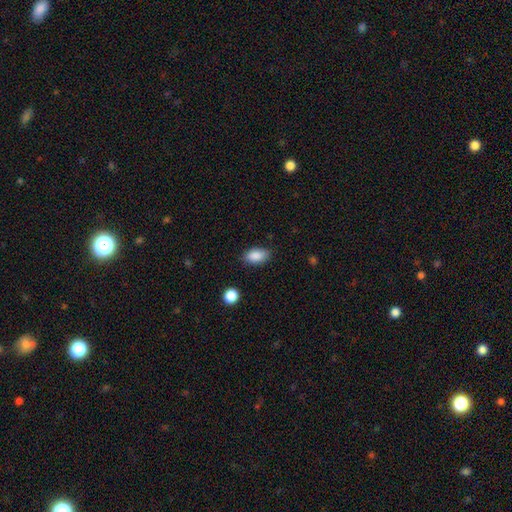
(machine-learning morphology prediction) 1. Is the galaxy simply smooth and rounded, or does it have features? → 88% smooth, 8% star or artifact, 5% featured or disk.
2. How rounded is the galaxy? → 92% in between, 6% round, 2% cigar-shaped.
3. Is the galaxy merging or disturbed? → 83% none, 13% minor disturbance, 3% major disturbance, 1% merger.